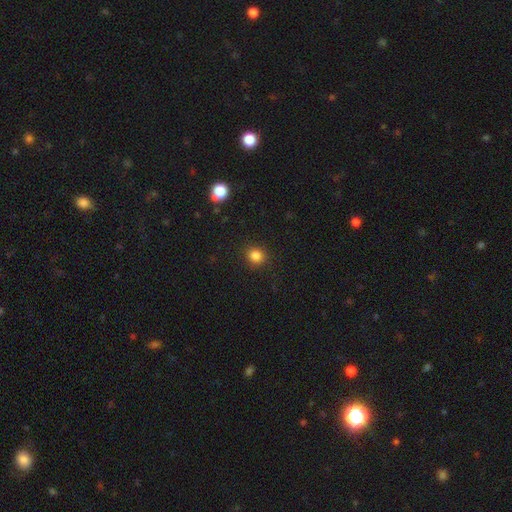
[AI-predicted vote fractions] Overall: smooth (84%). How rounded: round (84%). Merging: none (89%).